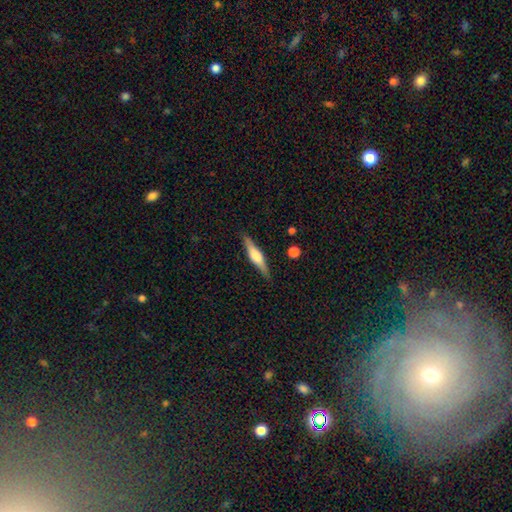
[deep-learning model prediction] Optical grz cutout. It shows a featured or disk galaxy (60%) viewed edge-on (97%) with a rounded central bulge (80%). Merging: none (87%).